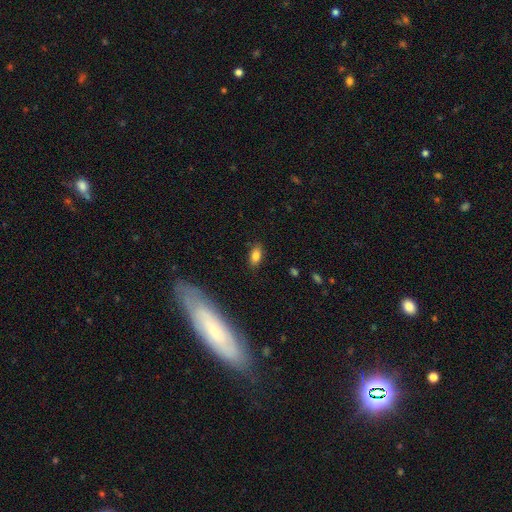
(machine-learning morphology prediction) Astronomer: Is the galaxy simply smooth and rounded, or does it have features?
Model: smooth — 81%.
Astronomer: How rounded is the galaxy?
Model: in between — 87%.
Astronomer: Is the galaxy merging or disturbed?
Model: none — 85%.